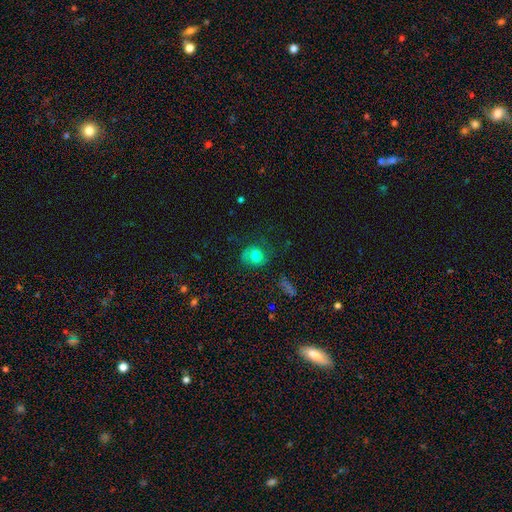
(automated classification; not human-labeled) A smooth galaxy with no disk features (66%) that is round (70%).

Vote fractions:
- Smooth or featured? smooth: 66% / featured or disk: 22% / star or artifact: 12%
- How rounded? round: 70% / in between: 29% / cigar-shaped: 1%
- Merging? none: 54% / minor disturbance: 24% / major disturbance: 19% / merger: 3%